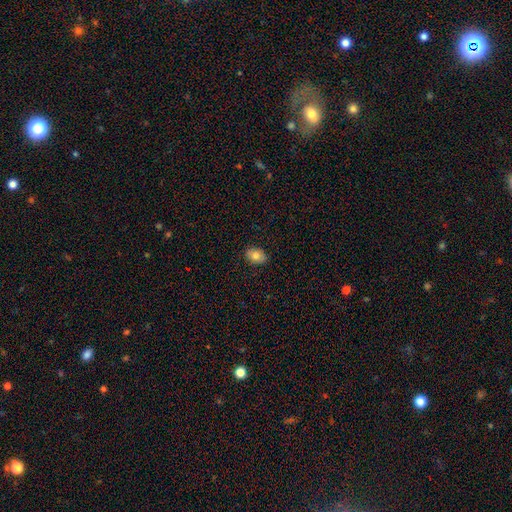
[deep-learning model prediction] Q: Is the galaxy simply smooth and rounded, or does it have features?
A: smooth — 80%.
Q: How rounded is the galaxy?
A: in between — 71%.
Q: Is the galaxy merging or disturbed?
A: none — 88%.